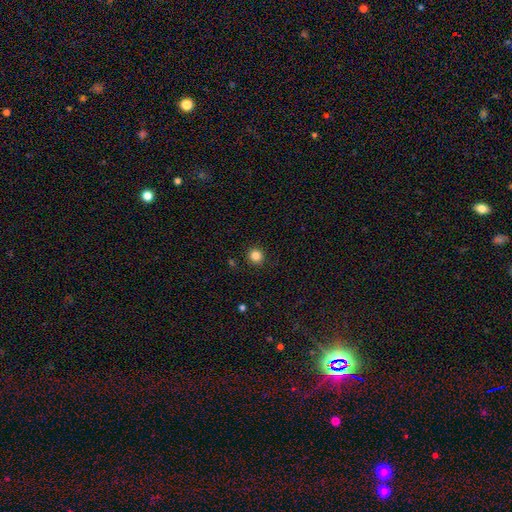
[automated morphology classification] Smooth or featured? smooth (84%)
How rounded? round (93%)
Merging? none (91%)